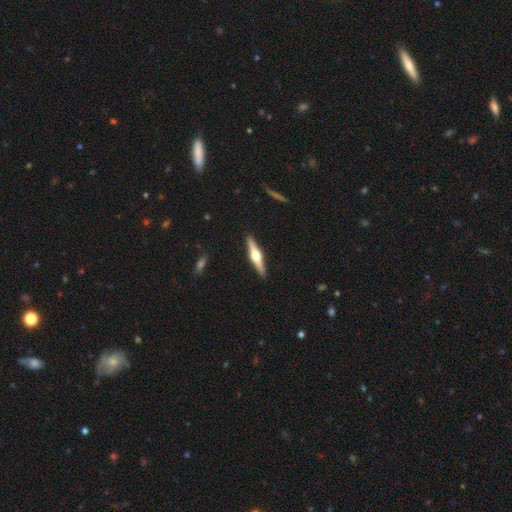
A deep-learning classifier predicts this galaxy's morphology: Smooth or featured? Predicted: featured or disk (p=0.73). Edge-on disk? Predicted: yes (p=0.98). Edge-on bulge? Predicted: rounded (p=0.95). Merging? Predicted: none (p=0.92).